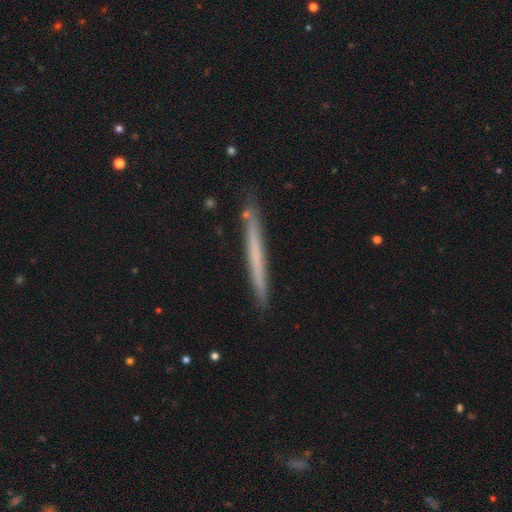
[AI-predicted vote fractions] Smooth or featured: smooth — 49% (featured or disk — 44%)
Merging: none — 87% (minor disturbance — 10%)